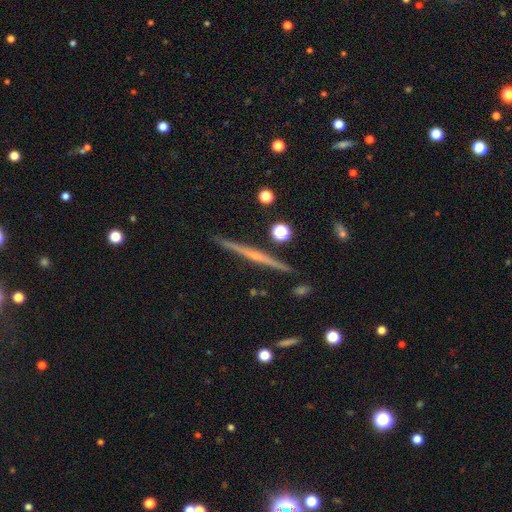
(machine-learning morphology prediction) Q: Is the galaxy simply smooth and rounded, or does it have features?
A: featured or disk — 75%.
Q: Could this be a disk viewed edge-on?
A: yes — 98%.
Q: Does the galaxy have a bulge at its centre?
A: rounded — 48%.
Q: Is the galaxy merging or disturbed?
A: none — 91%.